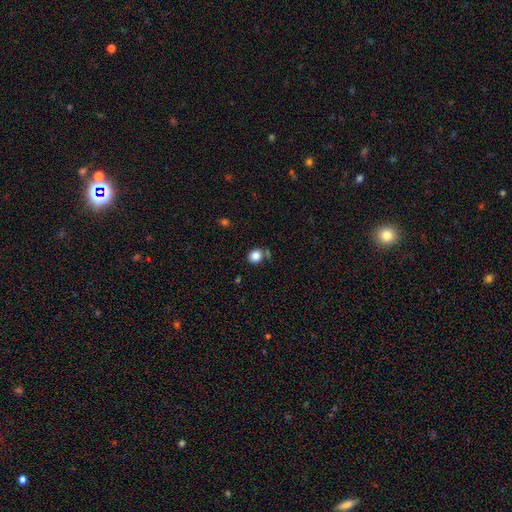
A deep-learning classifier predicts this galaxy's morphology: Overall: smooth (85%). How rounded: round (78%). Merging: none (73%).